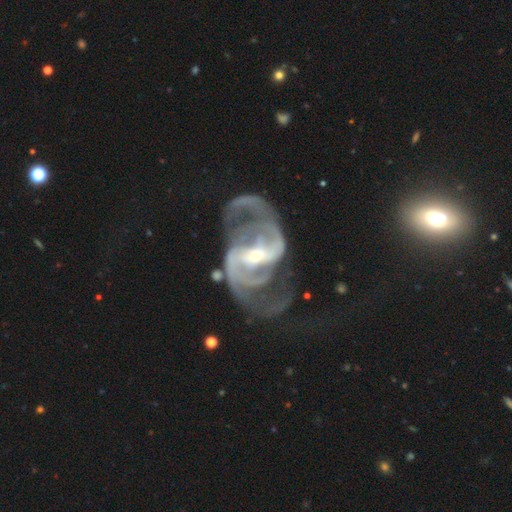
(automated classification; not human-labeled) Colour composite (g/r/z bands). It shows a featured or disk galaxy (92%) with a strong bar (57%), 2 (81%) medium (51%) spiral arms (97%) and a small central bulge (68%). Merging: none (46%).